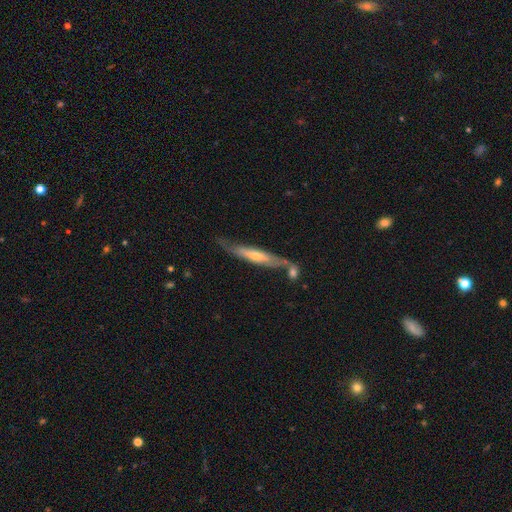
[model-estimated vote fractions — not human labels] smooth_or_featured: featured or disk (p=0.67) [alt: smooth p=0.26]
disk_edge_on: yes (p=0.84) [alt: no p=0.16]
edge_on_bulge: rounded (p=0.65) [alt: none p=0.27]
merging: none (p=0.68) [alt: minor disturbance p=0.17]